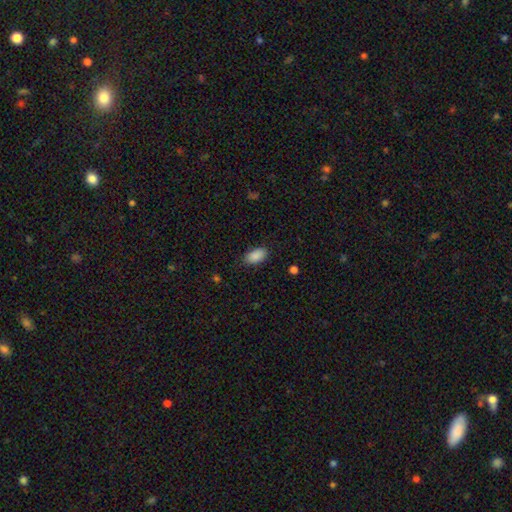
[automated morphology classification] smooth_or_featured: smooth (p=0.89) [alt: star or artifact p=0.07]
how_rounded: in between (p=0.94) [alt: round p=0.04]
merging: none (p=0.82) [alt: minor disturbance p=0.14]